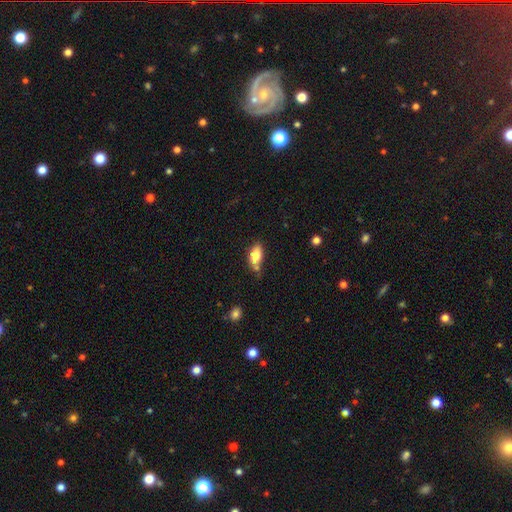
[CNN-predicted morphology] type=smooth (74%); roundness=in between (85%); merging=none (50%).